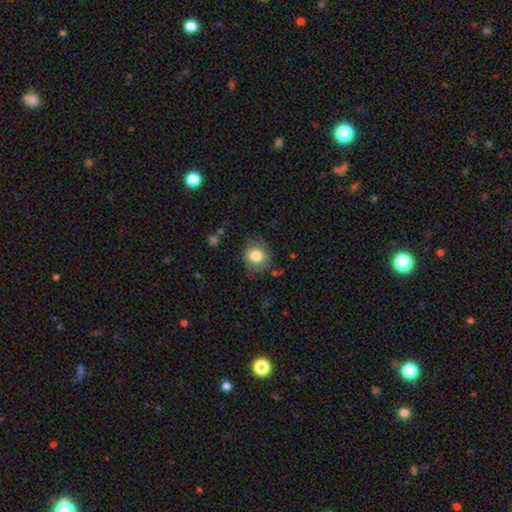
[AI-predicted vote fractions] Morphology: type=smooth (81%); roundness=round (78%); merging=none (81%).